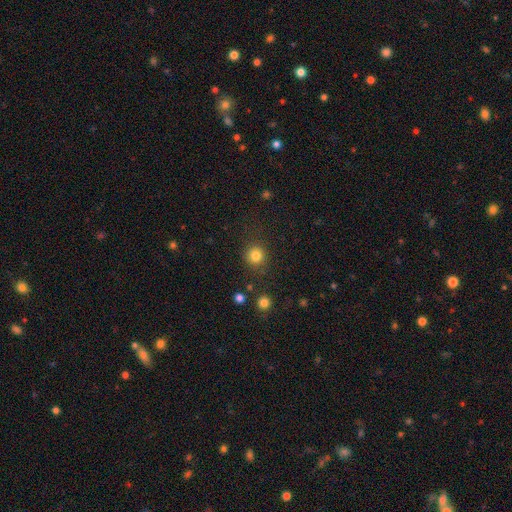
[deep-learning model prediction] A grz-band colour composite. It shows a smooth galaxy with no disk features (83%) that is round (92%). Merging: none (87%).